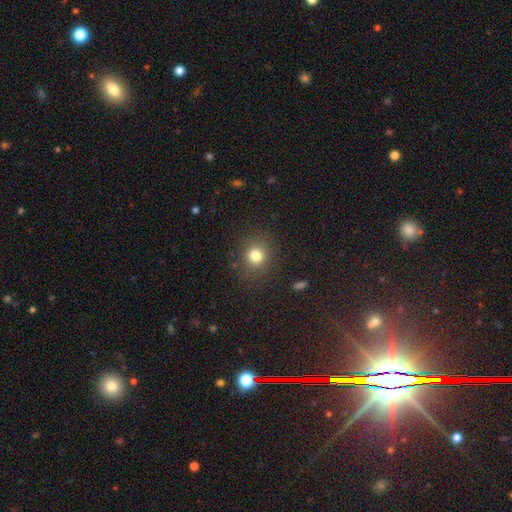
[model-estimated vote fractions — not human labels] Morphology: type=smooth (79%); roundness=round (80%); merging=none (86%).